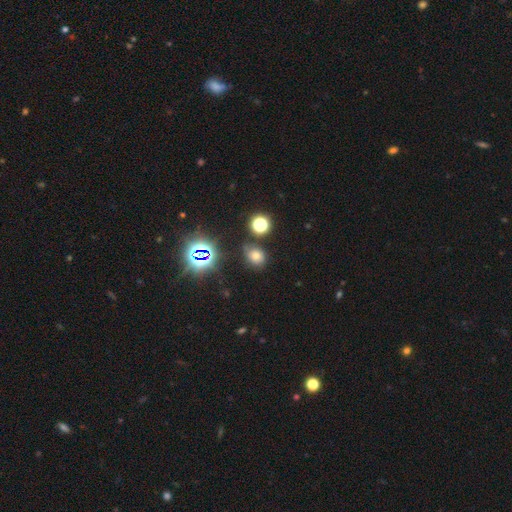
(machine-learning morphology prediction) Smooth or featured?
  - smooth: 61% *
  - star or artifact: 29%
  - featured or disk: 10%
How rounded?
  - round: 59% *
  - in between: 40%
  - cigar-shaped: 1%
Merging?
  - none: 73% *
  - minor disturbance: 16%
  - merger: 6%
  - major disturbance: 5%